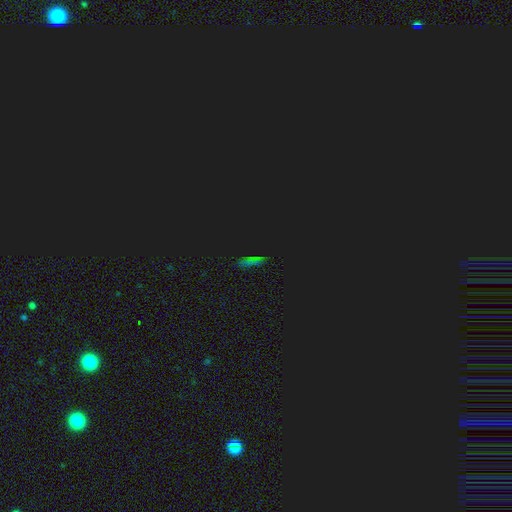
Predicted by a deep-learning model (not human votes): Smooth or featured?
  - star or artifact: 63% *
  - smooth: 27%
  - featured or disk: 10%